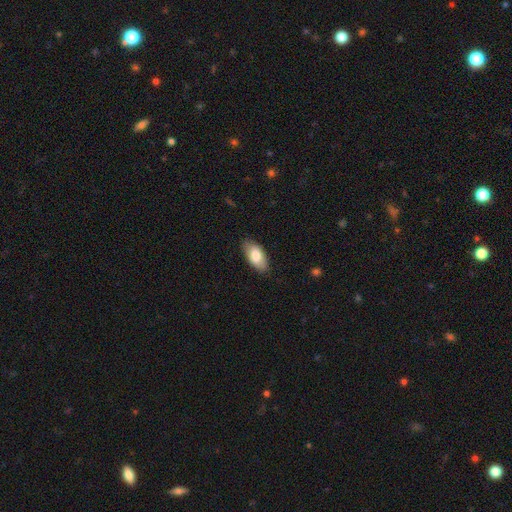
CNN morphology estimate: A smooth galaxy with no disk features (82%) that is in between round and cigar-shaped (91%).

Vote fractions:
- Smooth or featured? smooth: 82% / featured or disk: 12% / star or artifact: 6%
- How rounded? in between: 91% / cigar-shaped: 6% / round: 3%
- Merging? none: 83% / minor disturbance: 14% / major disturbance: 3% / merger: 1%